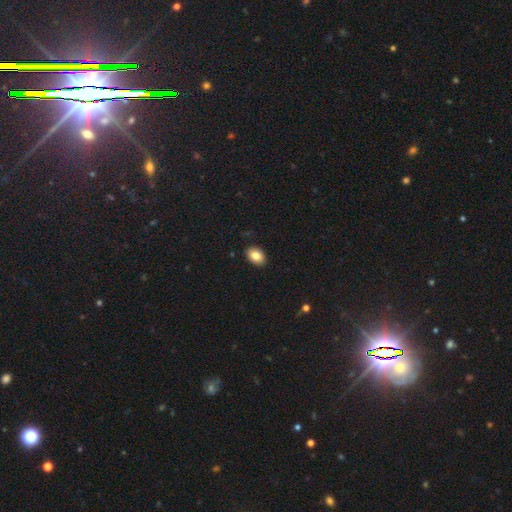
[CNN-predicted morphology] Smooth or featured? Predicted: smooth (p=0.85). How rounded? Predicted: in between (p=0.82). Merging? Predicted: none (p=0.90).